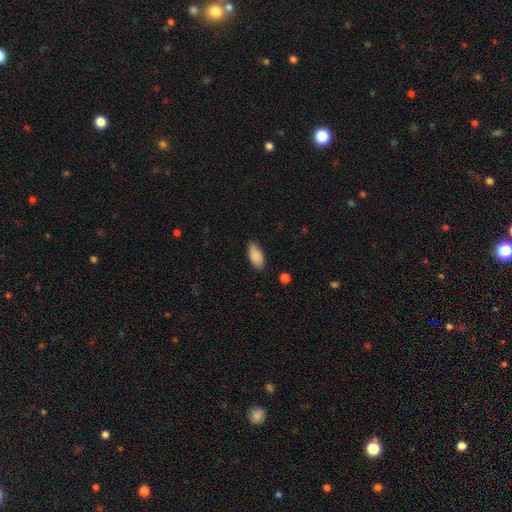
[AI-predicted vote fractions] This appears to be a smooth galaxy with no disk features (88%) that is in between round and cigar-shaped (92%). Merging: none (84%).